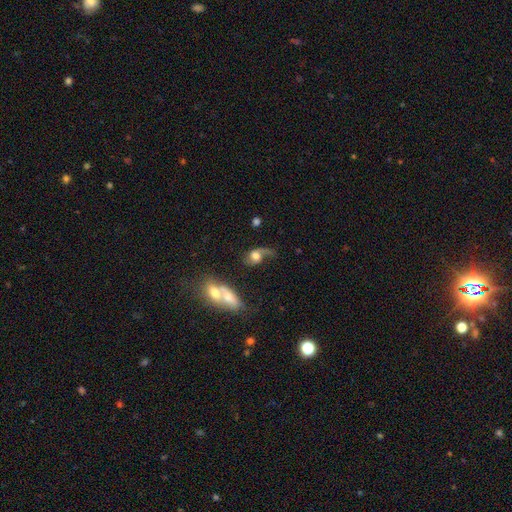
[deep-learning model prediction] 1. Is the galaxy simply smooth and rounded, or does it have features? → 48% smooth, 43% featured or disk, 9% star or artifact.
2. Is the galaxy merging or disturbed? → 36% major disturbance, 28% none, 21% minor disturbance, 15% merger.